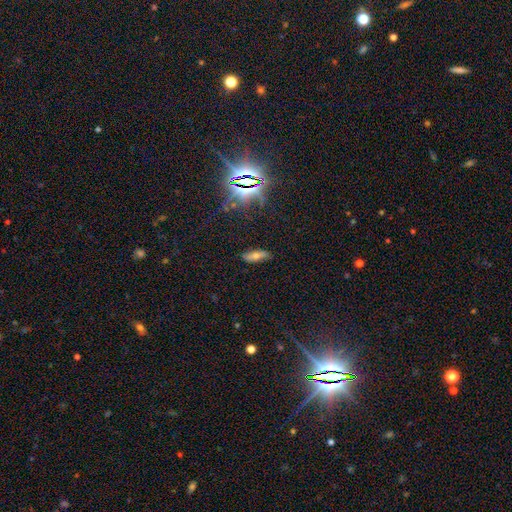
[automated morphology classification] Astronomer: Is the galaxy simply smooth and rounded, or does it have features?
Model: smooth — 40% (runner-up: star or artifact, 34%).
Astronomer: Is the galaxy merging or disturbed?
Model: none — 83%.